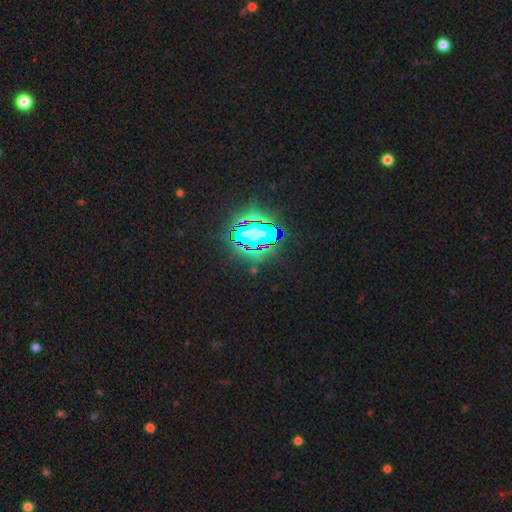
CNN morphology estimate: Overall: star or artifact (73%).